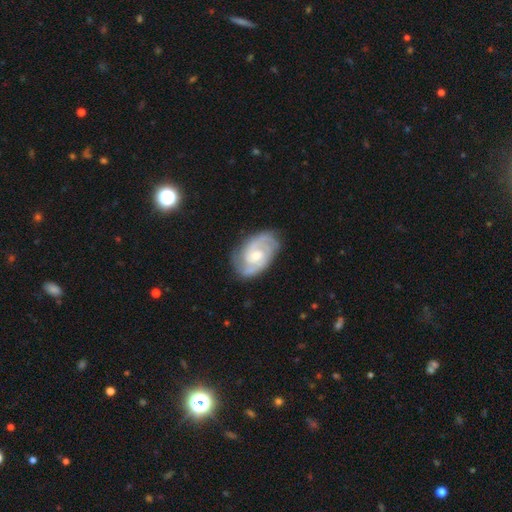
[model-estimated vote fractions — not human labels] The model was most divided on "spiral winding": tight: 49%, medium: 42%, loose: 9%. More confident: spiral arms — yes (97%); edge-on disk — no (97%); smooth or featured — featured or disk (87%); merging — none (79%); spiral arm count — 2 (61%); bar — no (54%); bulge size — moderate (53%).